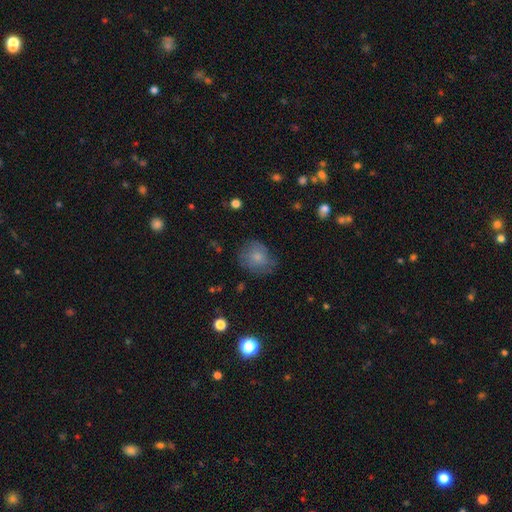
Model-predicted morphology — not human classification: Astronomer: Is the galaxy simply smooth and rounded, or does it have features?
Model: smooth — 72%.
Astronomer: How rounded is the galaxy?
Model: round — 73%.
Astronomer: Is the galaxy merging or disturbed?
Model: none — 64%.